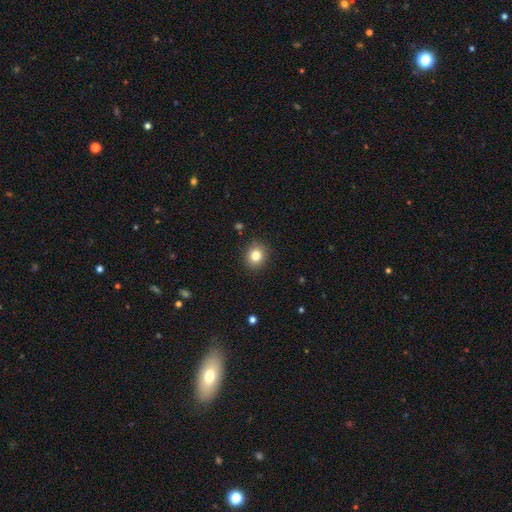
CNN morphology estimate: A smooth galaxy with no disk features (82%) that is round (81%).

Vote fractions:
- Smooth or featured? smooth: 82% / star or artifact: 11% / featured or disk: 7%
- How rounded? round: 81% / in between: 18% / cigar-shaped: 1%
- Merging? none: 89% / minor disturbance: 7% / major disturbance: 2% / merger: 1%